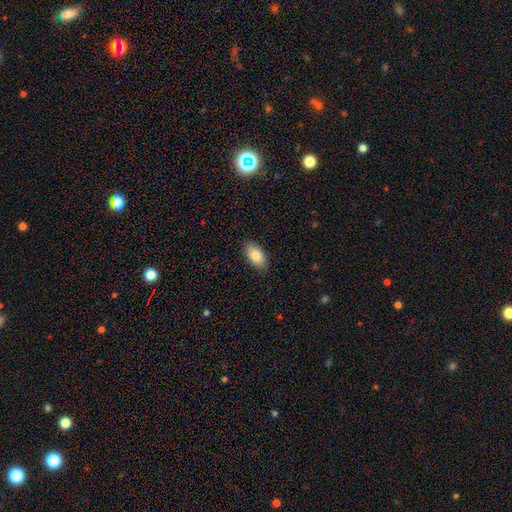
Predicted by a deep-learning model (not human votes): smooth-or-featured: smooth: 83% | featured or disk: 11% | star or artifact: 7%
  how-rounded: in between: 93% | round: 4% | cigar-shaped: 3%
  merging: none: 86% | minor disturbance: 11% | major disturbance: 2% | merger: 1%